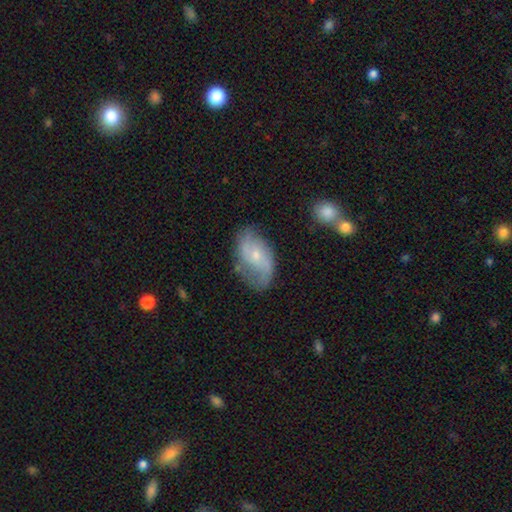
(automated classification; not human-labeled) Q: Smooth or featured?
A: featured or disk (68%); runner-up: smooth (26%)
Q: Edge-on disk?
A: no (96%); runner-up: yes (4%)
Q: Bar?
A: no (59%); runner-up: weak (34%)
Q: Spiral arms?
A: yes (87%); runner-up: no (13%)
Q: Spiral winding?
A: loose (45%); runner-up: medium (39%)
Q: Spiral arm count?
A: 2 (80%); runner-up: can't tell (11%)
Q: Bulge size?
A: small (62%); runner-up: moderate (32%)
Q: Merging?
A: none (62%); runner-up: minor disturbance (25%)